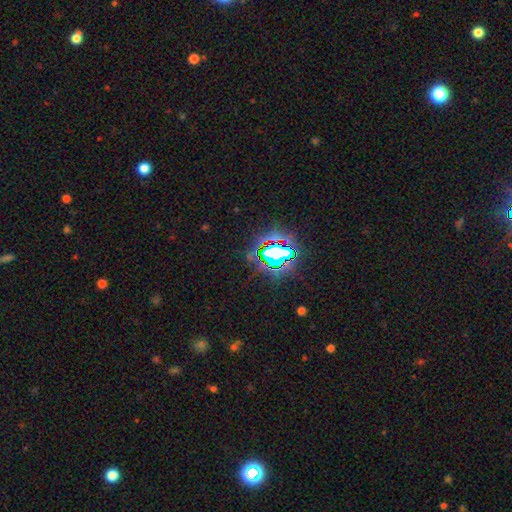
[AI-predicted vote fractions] smooth_or_featured: star or artifact (p=0.77) [alt: smooth p=0.13]